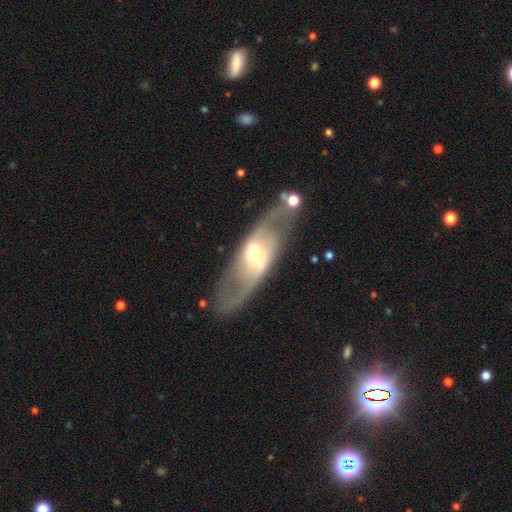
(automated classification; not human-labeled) Morphology: type=featured or disk (75%); edge-on=no (82%); bar=strong (43%); spiral arms=yes (74%); bulge=small (48%); merging=none (70%).